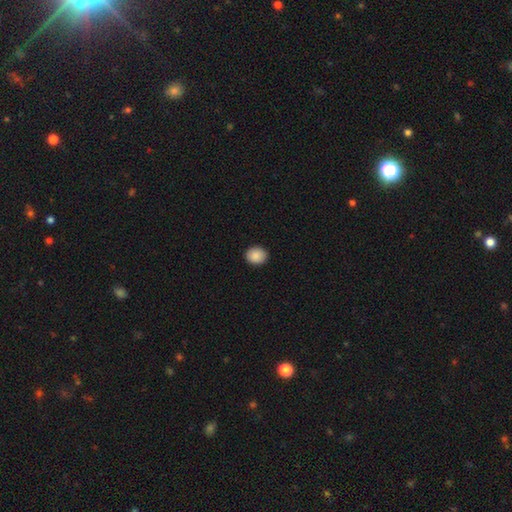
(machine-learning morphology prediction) This appears to be a smooth galaxy with no disk features (89%) that is round (62%). Merging: none (91%).